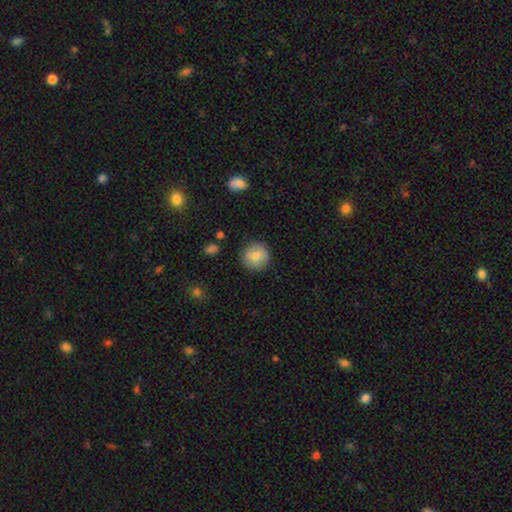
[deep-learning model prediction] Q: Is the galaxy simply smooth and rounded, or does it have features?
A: smooth — 77%.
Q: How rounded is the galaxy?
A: round — 93%.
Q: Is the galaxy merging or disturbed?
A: none — 87%.